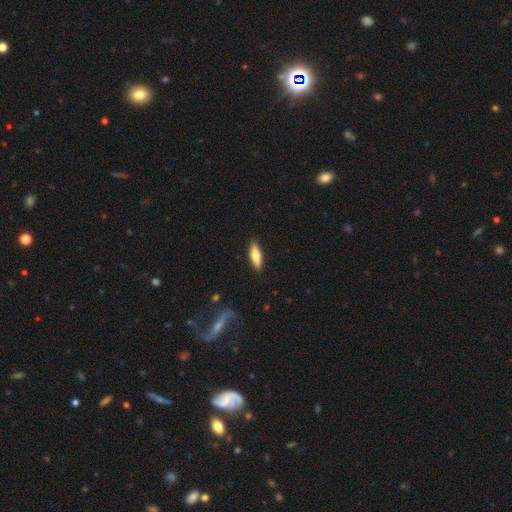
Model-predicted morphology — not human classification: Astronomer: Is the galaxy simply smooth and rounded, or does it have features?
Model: smooth — 65%.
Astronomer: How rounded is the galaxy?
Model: cigar-shaped — 51% (runner-up: in between, 47%).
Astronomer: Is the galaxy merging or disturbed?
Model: none — 89%.